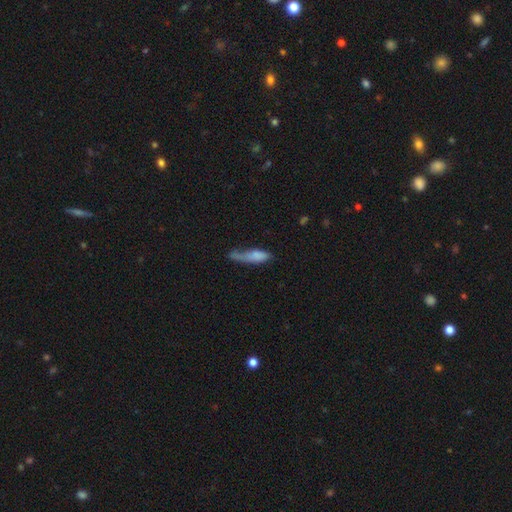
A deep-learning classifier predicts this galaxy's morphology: smooth 69%, featured or disk 23%, star or artifact 8%. Down the decision tree: how rounded — cigar-shaped (53%); merging — none (30%).